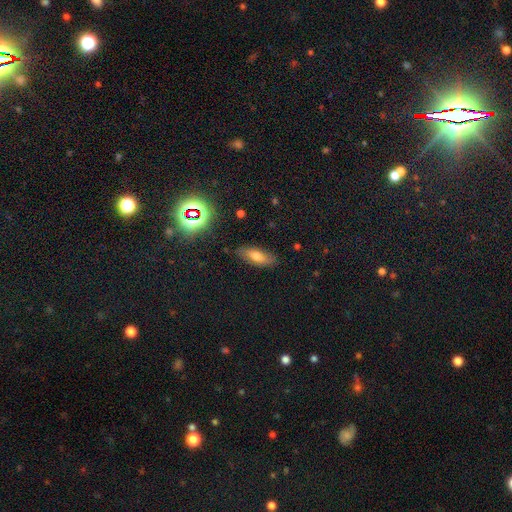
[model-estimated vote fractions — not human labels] The model was most divided on "how rounded": in between: 70%, cigar-shaped: 26%, round: 3%. More confident: merging — none (83%); smooth or featured — smooth (67%).